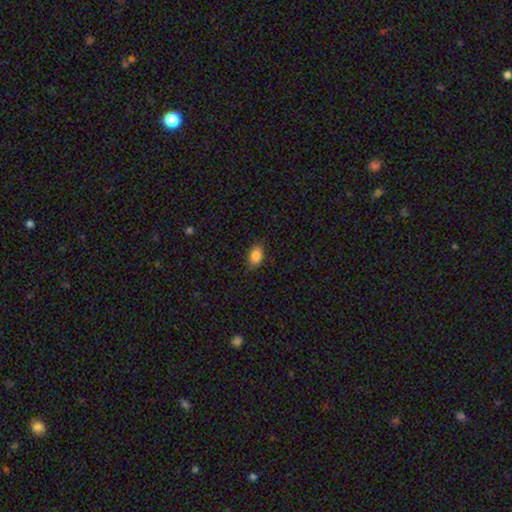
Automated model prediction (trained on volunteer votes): Smooth or featured: smooth — 87% (star or artifact — 8%)
How rounded: in between — 86% (round — 12%)
Merging: none — 84% (minor disturbance — 13%)